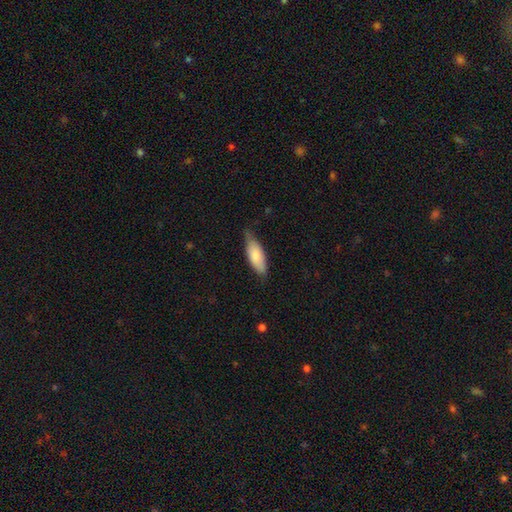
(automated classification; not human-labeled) smooth-or-featured: smooth: 79% | featured or disk: 16% | star or artifact: 5%
  how-rounded: in between: 70% | cigar-shaped: 29% | round: 2%
  merging: none: 61% | minor disturbance: 32% | major disturbance: 5% | merger: 1%